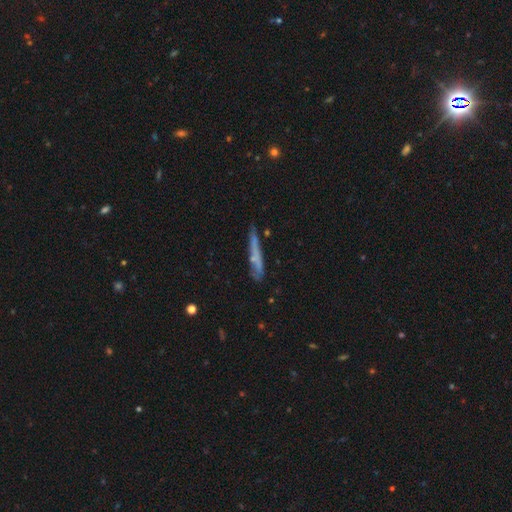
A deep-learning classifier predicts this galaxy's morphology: Smooth or featured? smooth (49%)
Merging? none (68%)